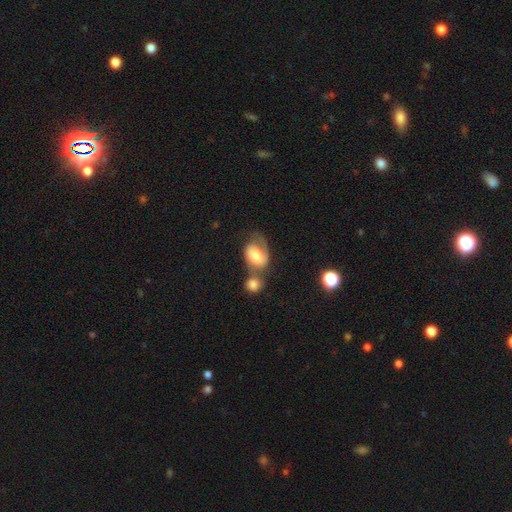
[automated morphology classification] The model was most divided on "merging": merger: 47%, none: 23%, minor disturbance: 16%, major disturbance: 14%. More confident: how rounded — in between (73%); smooth or featured — smooth (59%).